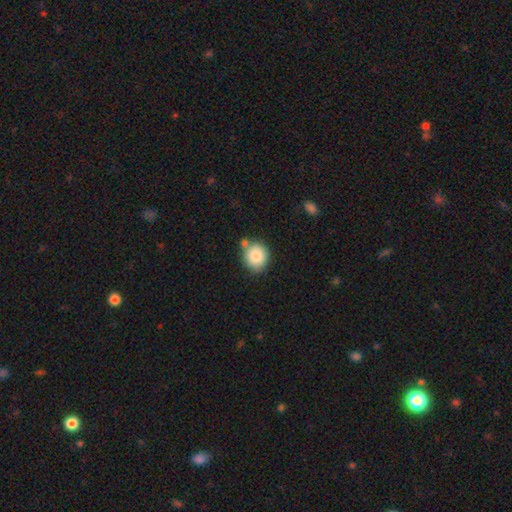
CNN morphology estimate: Overall: smooth (83%). How rounded: round (84%). Merging: none (66%).